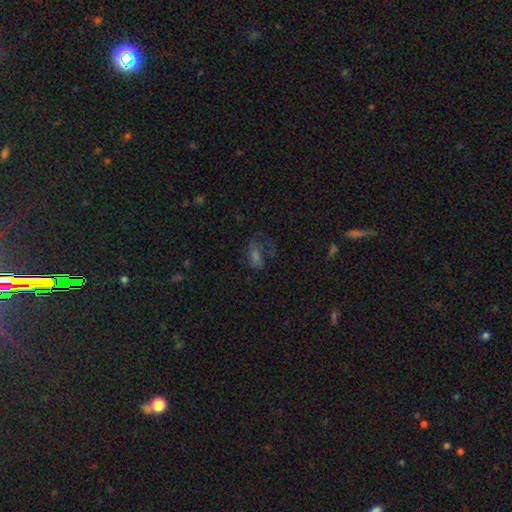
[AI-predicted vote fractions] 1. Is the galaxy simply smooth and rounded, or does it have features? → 44% smooth, 30% star or artifact, 25% featured or disk.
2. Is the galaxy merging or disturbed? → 51% none, 25% major disturbance, 21% minor disturbance, 3% merger.